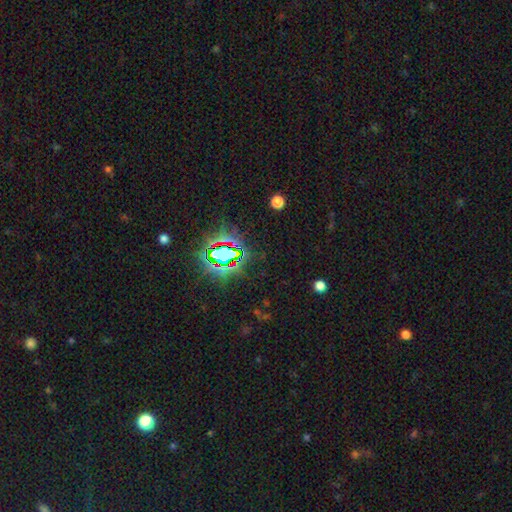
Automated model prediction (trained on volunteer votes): This appears to be a star or artifact, not a galaxy (82%).